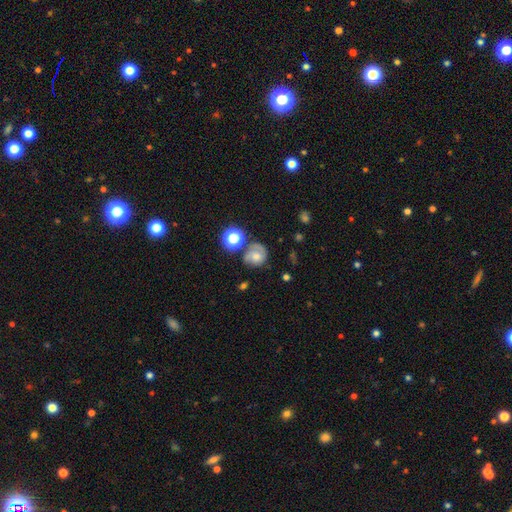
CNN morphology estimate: Smooth or featured? Predicted: featured or disk (p=0.49). Merging? Predicted: none (p=0.53).